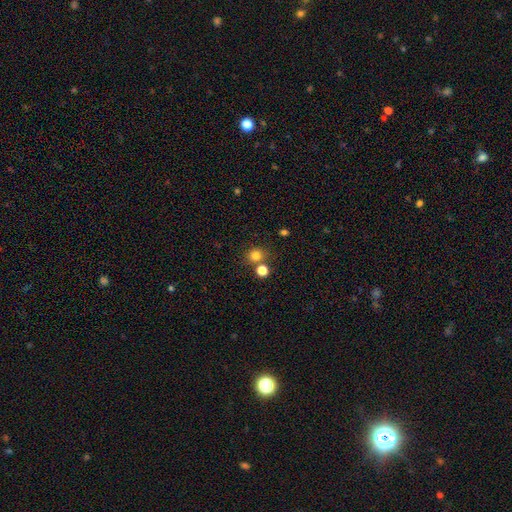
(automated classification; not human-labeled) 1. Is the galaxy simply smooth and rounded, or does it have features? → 79% smooth, 15% star or artifact, 6% featured or disk.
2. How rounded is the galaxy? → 83% round, 16% in between, 1% cigar-shaped.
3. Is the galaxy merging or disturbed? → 70% none, 18% merger, 9% minor disturbance, 4% major disturbance.